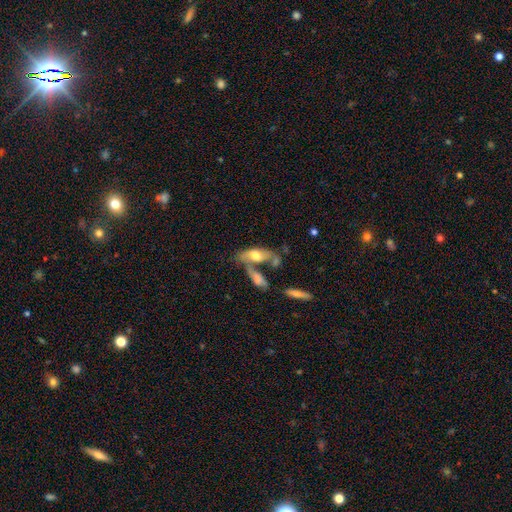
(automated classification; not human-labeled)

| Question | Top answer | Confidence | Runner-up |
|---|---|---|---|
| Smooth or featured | smooth | 54% | featured or disk (39%) |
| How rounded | in between | 76% | cigar-shaped (21%) |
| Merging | merger | 42% | none (31%) |